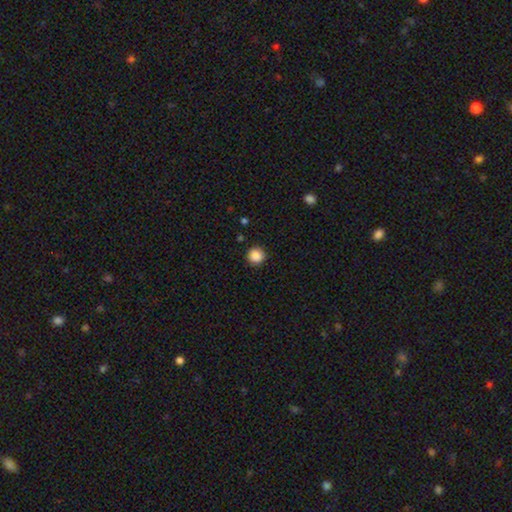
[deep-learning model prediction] Smooth or featured? smooth (88%)
How rounded? round (94%)
Merging? none (90%)